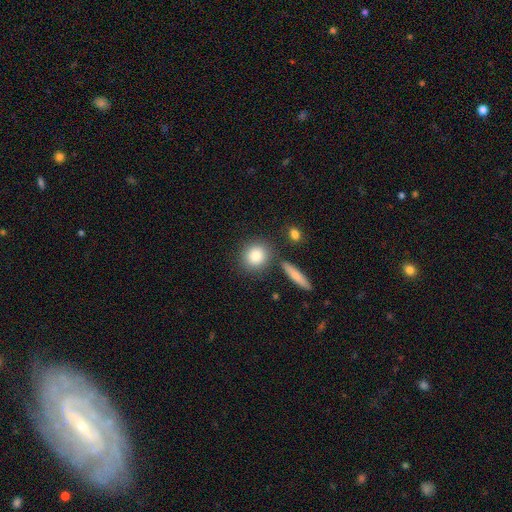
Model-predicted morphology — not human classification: The model was most divided on "how rounded": round: 79%, in between: 18%, cigar-shaped: 3%. More confident: smooth or featured — smooth (85%); merging — none (77%).